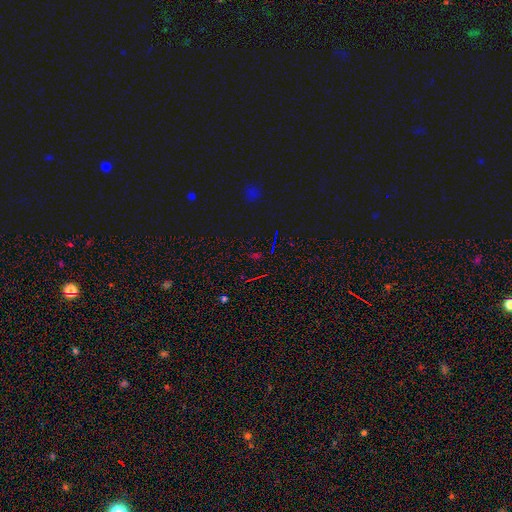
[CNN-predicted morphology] This appears to be a star or artifact, not a galaxy (72%).